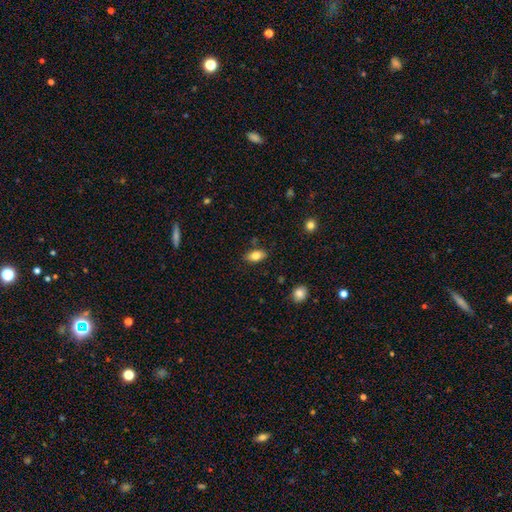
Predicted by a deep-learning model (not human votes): Smooth or featured: smooth — 81% (featured or disk — 11%)
How rounded: in between — 89% (round — 7%)
Merging: none — 83% (minor disturbance — 12%)